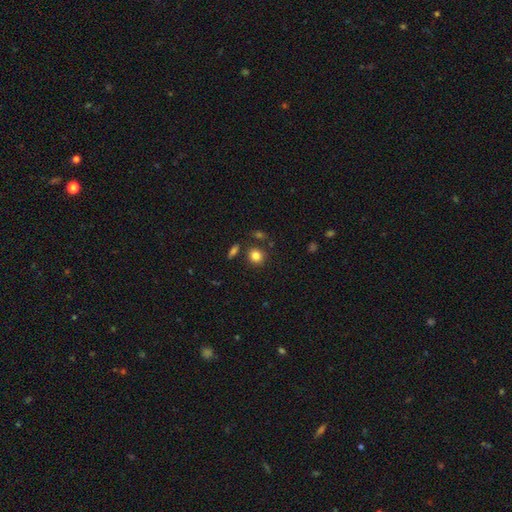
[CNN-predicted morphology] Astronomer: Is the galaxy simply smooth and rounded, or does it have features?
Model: smooth — 83%.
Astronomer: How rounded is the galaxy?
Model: round — 79%.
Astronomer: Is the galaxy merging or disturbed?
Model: none — 80%.